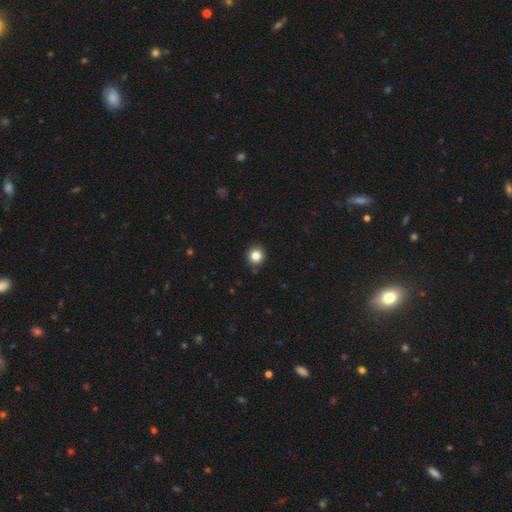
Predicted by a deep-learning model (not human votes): This appears to be a smooth galaxy with no disk features (84%) that is round (89%). Merging: none (88%).